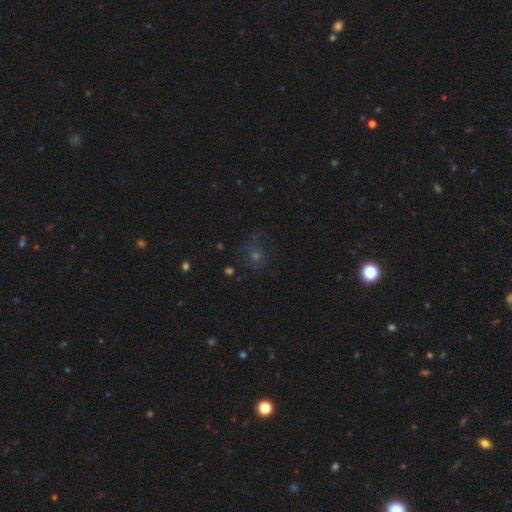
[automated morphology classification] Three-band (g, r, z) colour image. It shows a smooth galaxy with no disk features (43%). Merging: none (72%).